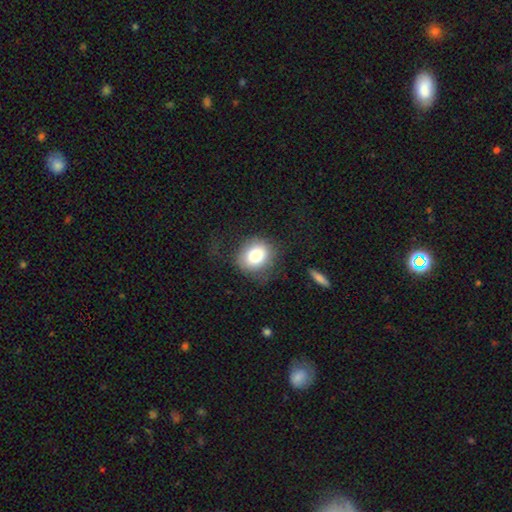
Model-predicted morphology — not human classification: smooth 78%, featured or disk 12%, star or artifact 10%. Down the decision tree: how rounded — round (69%); merging — none (69%).